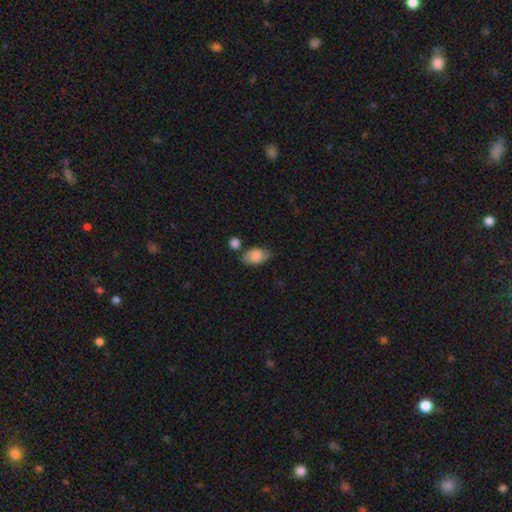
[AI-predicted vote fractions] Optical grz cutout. It shows a smooth galaxy with no disk features (77%) that is in between round and cigar-shaped (89%). Merging: none (62%).